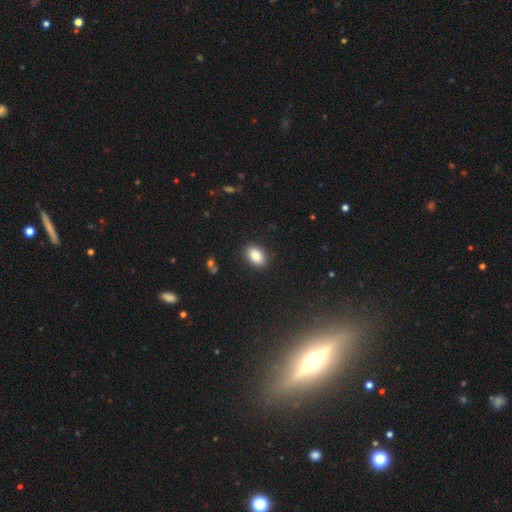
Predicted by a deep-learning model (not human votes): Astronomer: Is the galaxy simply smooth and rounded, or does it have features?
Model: smooth — 86%.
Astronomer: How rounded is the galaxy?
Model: in between — 87%.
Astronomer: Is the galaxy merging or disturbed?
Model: none — 89%.